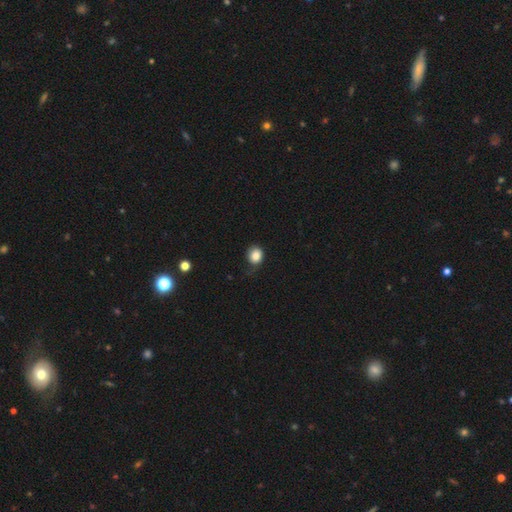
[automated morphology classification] smooth-or-featured: smooth: 85% | star or artifact: 9% | featured or disk: 6%
  how-rounded: round: 72% | in between: 27% | cigar-shaped: 1%
  merging: none: 58% | minor disturbance: 30% | major disturbance: 10% | merger: 2%